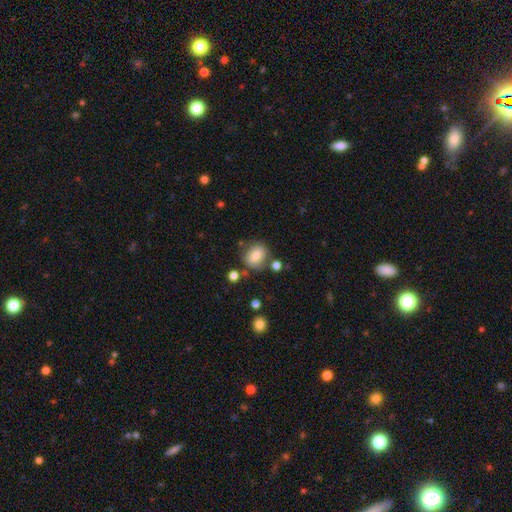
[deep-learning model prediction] Overall: smooth (77%). How rounded: round (59%; in between 39%). Merging: none (73%).